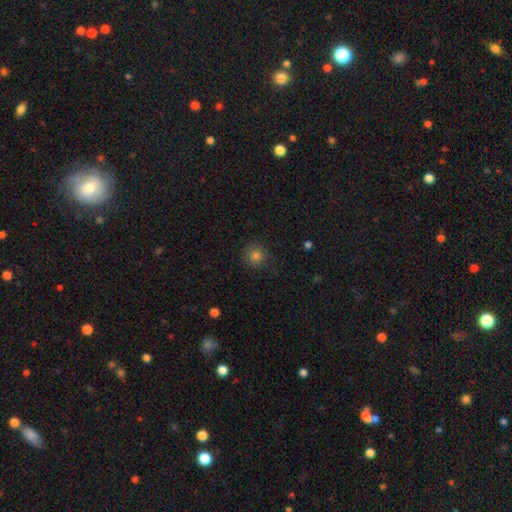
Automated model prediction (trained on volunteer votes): Overall: smooth (79%). How rounded: round (94%). Merging: none (89%).